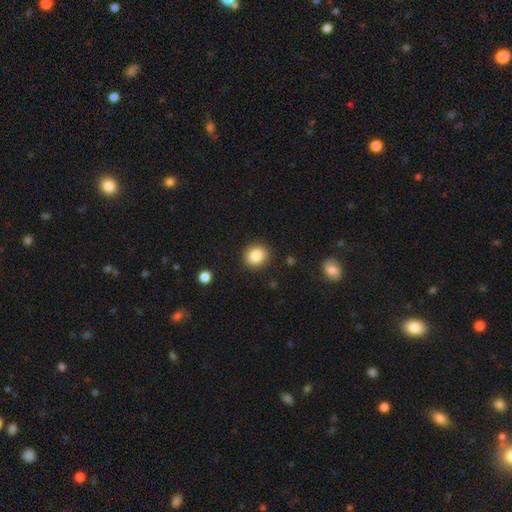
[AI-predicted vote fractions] Q: Smooth or featured?
A: smooth (86%); runner-up: star or artifact (9%)
Q: How rounded?
A: round (81%); runner-up: in between (18%)
Q: Merging?
A: none (89%); runner-up: minor disturbance (8%)